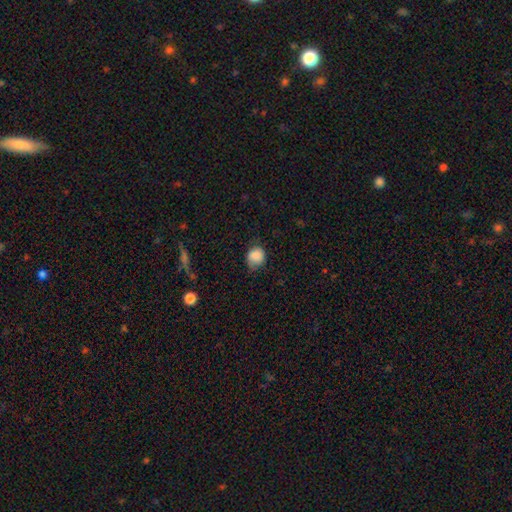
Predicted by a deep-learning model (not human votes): Smooth or featured? smooth (85%)
How rounded? round (70%)
Merging? none (57%)